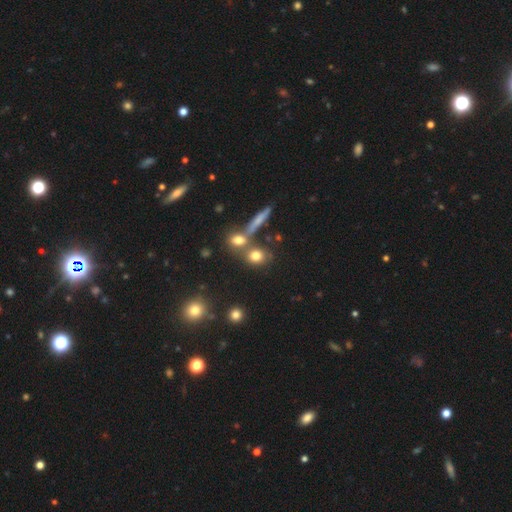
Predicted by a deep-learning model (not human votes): A smooth galaxy with no disk features (74%) that is round (63%).

Vote fractions:
- Smooth or featured? smooth: 74% / star or artifact: 14% / featured or disk: 13%
- How rounded? round: 63% / in between: 30% / cigar-shaped: 6%
- Merging? none: 57% / merger: 28% / minor disturbance: 10% / major disturbance: 5%